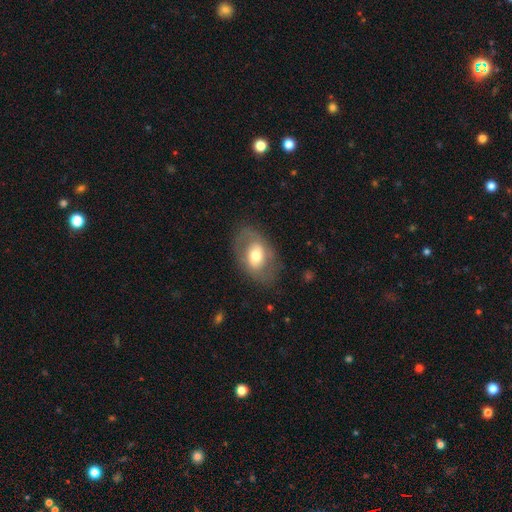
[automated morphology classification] Smooth or featured: smooth — 48% (featured or disk — 46%)
Merging: none — 71% (minor disturbance — 17%)